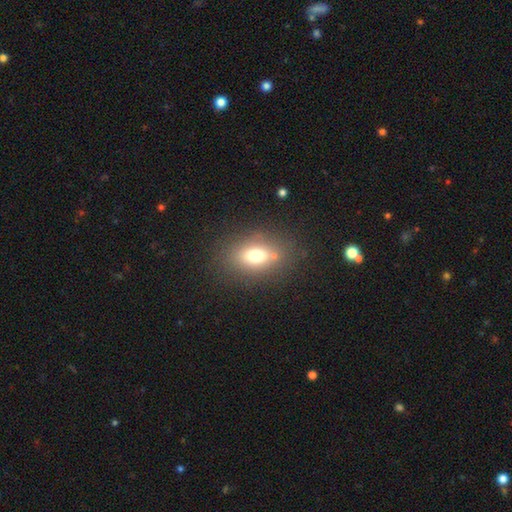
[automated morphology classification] smooth-or-featured: smooth: 70% | featured or disk: 16% | star or artifact: 14%
  how-rounded: in between: 73% | round: 24% | cigar-shaped: 3%
  merging: none: 76% | minor disturbance: 12% | merger: 7% | major disturbance: 5%